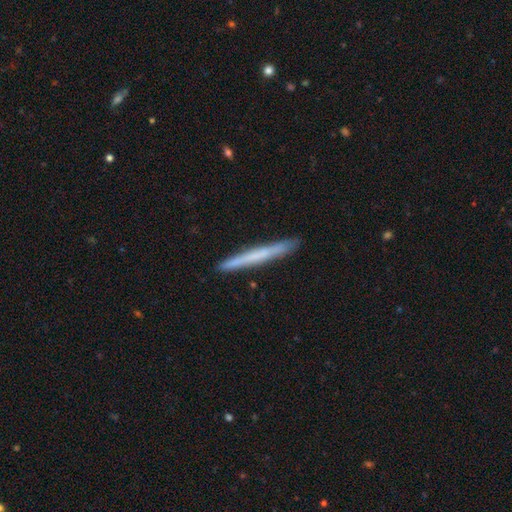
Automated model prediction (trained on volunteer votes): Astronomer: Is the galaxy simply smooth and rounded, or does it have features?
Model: smooth — 55% (runner-up: featured or disk, 40%).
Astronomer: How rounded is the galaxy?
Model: cigar-shaped — 97%.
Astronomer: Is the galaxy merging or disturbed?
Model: none — 90%.